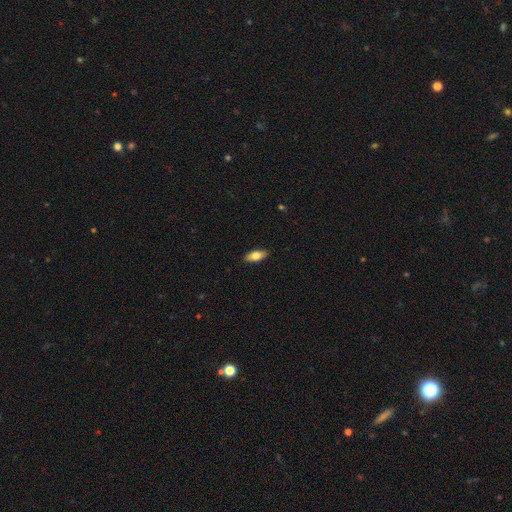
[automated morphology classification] smooth-or-featured: smooth: 76% | featured or disk: 17% | star or artifact: 6%
  how-rounded: in between: 85% | cigar-shaped: 13% | round: 3%
  merging: none: 90% | minor disturbance: 8% | major disturbance: 2% | merger: 1%